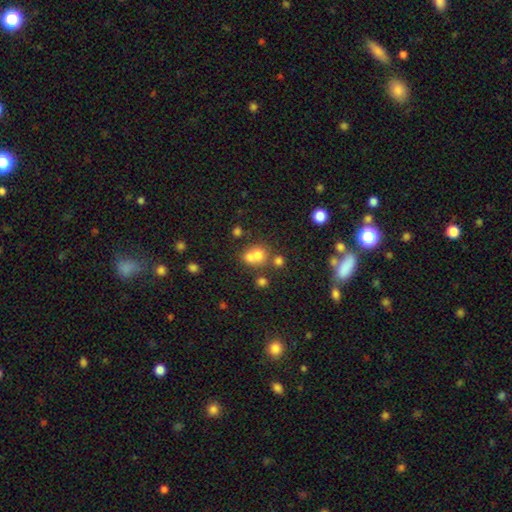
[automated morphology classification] This appears to be a smooth galaxy with no disk features (68%) that is round (68%). Merging: merger (54%).